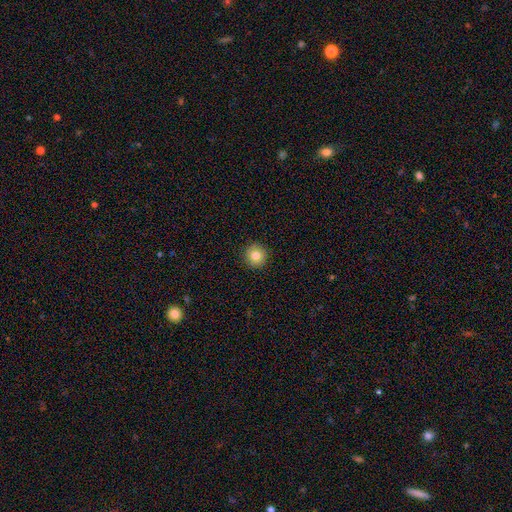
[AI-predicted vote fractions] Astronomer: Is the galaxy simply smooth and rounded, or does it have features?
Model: smooth — 82%.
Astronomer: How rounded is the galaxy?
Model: round — 94%.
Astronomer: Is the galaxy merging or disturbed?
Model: none — 93%.